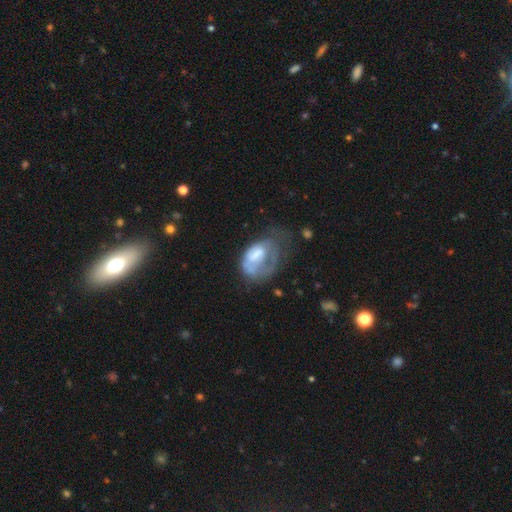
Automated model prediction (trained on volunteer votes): This is possibly a featured or disk galaxy (50%). It is clearly not viewed edge-on (97%). Merging: possibly major disturbance (49%).